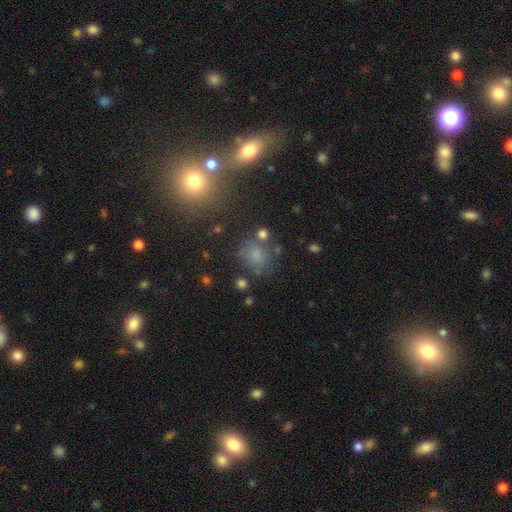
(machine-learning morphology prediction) smooth-or-featured: smooth: 67% | star or artifact: 22% | featured or disk: 12%
  how-rounded: round: 75% | in between: 24% | cigar-shaped: 1%
  merging: none: 66% | minor disturbance: 16% | merger: 9% | major disturbance: 8%